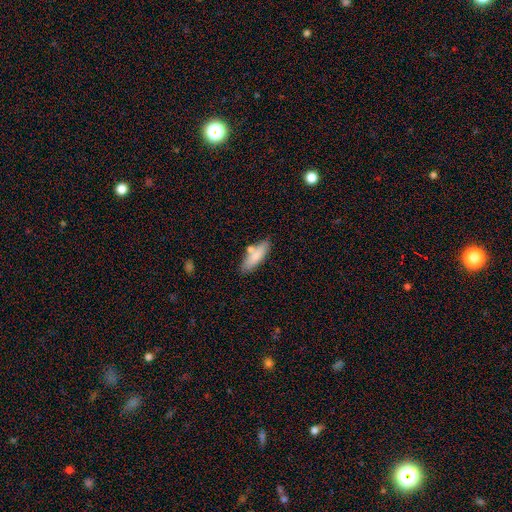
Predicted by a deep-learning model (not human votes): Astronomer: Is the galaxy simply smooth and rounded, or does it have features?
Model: smooth — 79%.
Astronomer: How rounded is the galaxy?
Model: cigar-shaped — 50% (runner-up: in between, 48%).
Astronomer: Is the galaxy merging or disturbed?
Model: none — 72%.